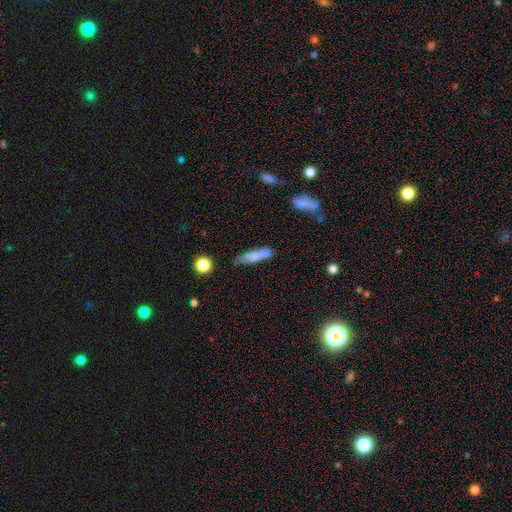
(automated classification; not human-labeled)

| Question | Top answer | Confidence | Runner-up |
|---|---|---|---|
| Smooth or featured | smooth | 72% | featured or disk (21%) |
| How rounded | cigar-shaped | 71% | in between (27%) |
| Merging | none | 58% | minor disturbance (26%) |